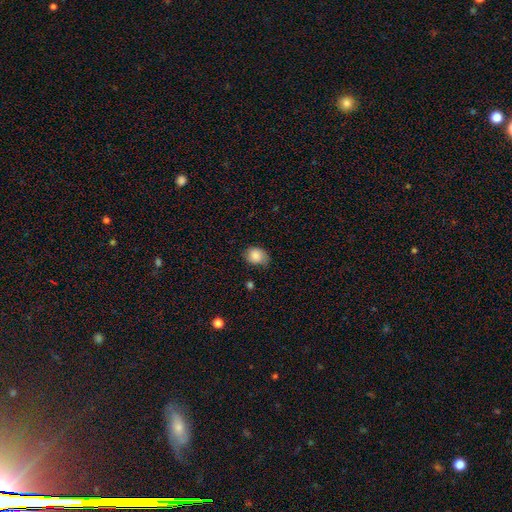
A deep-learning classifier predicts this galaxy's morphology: Overall: smooth (85%). How rounded: in between (52%; round 47%). Merging: none (66%; minor disturbance 27%).